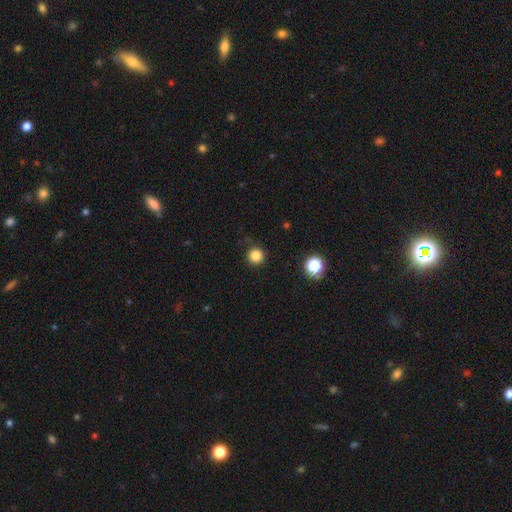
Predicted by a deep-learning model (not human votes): This appears to be a smooth galaxy with no disk features (84%) that is round (96%). Merging: none (89%).